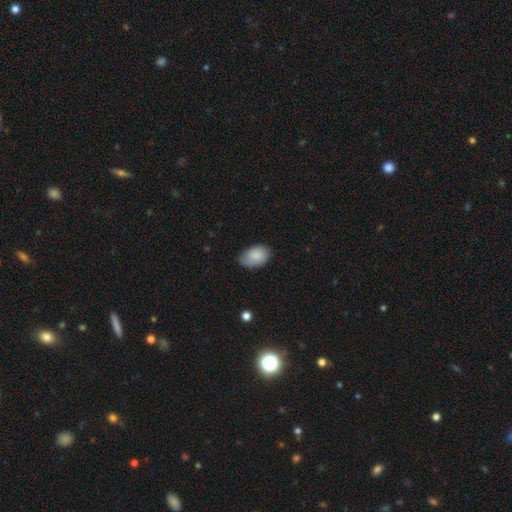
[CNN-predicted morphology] This appears to be a smooth galaxy with no disk features (85%) that is in between round and cigar-shaped (86%). Merging: none (69%).